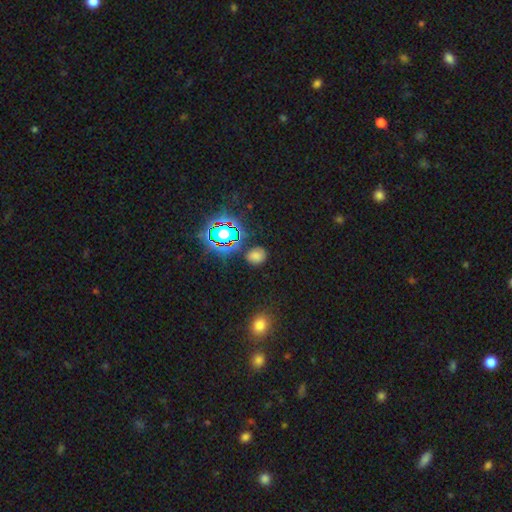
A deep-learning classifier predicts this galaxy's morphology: This is likely a smooth galaxy (62%). How rounded: likely round (67%). Merging: clearly none (81%).